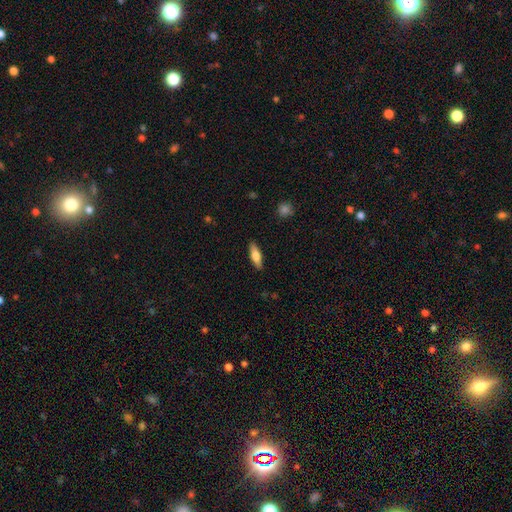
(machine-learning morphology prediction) Smooth or featured?
  - smooth: 64% *
  - featured or disk: 30%
  - star or artifact: 6%
How rounded?
  - cigar-shaped: 50% *
  - in between: 47%
  - round: 2%
Merging?
  - none: 88% *
  - minor disturbance: 9%
  - major disturbance: 2%
  - merger: 1%